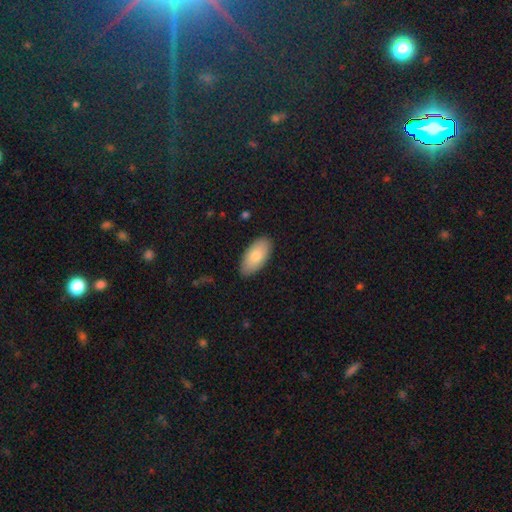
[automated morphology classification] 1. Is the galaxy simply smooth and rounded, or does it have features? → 77% smooth, 17% featured or disk, 6% star or artifact.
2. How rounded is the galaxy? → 94% in between, 4% cigar-shaped, 2% round.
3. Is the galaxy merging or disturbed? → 87% none, 10% minor disturbance, 2% major disturbance, 1% merger.